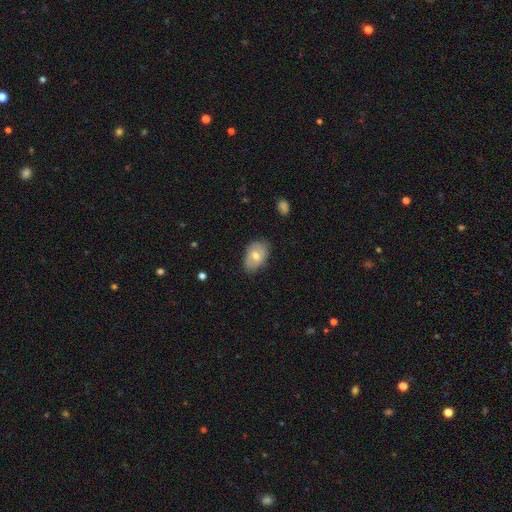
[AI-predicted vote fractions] Smooth or featured? Predicted: smooth (p=0.65). How rounded? Predicted: in between (p=0.87). Merging? Predicted: none (p=0.75).